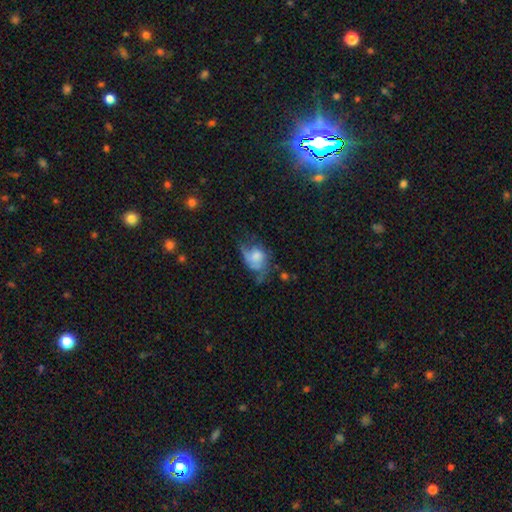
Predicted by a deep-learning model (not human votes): A featured or disk galaxy (54%) with no bar (77%), spiral arms (72%) and a moderate central bulge (42%). Merging: major disturbance (36%).